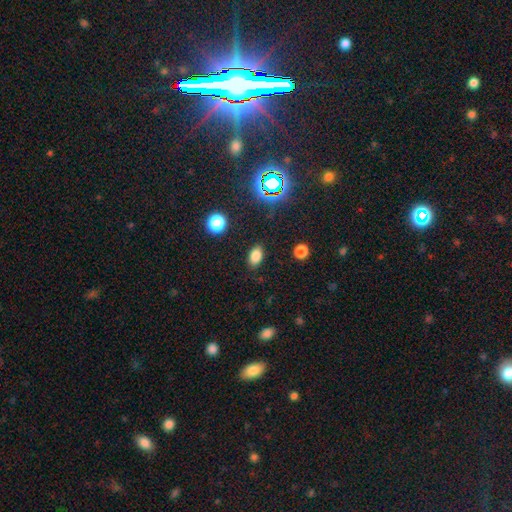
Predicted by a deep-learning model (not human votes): Smooth or featured: smooth — 80% (star or artifact — 14%)
How rounded: in between — 87% (round — 11%)
Merging: none — 85% (minor disturbance — 10%)